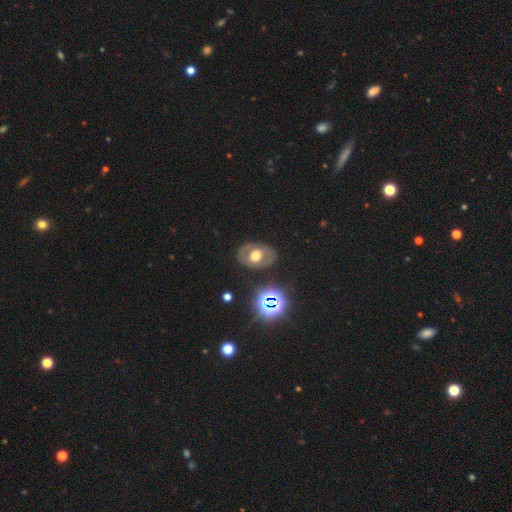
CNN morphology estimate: Smooth or featured? Predicted: featured or disk (p=0.47). Merging? Predicted: none (p=0.81).